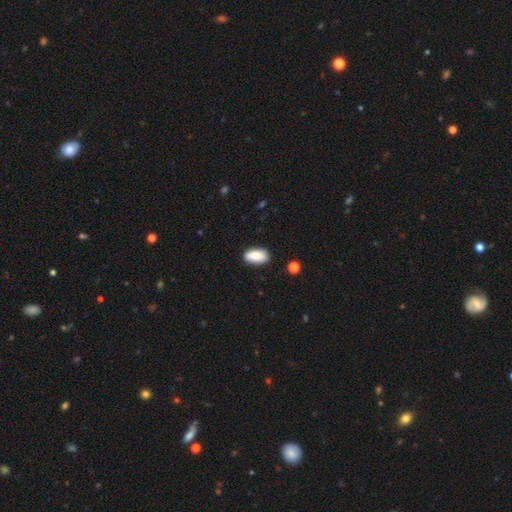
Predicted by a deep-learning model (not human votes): Smooth or featured? Predicted: smooth (p=0.81). How rounded? Predicted: in between (p=0.93). Merging? Predicted: none (p=0.82).